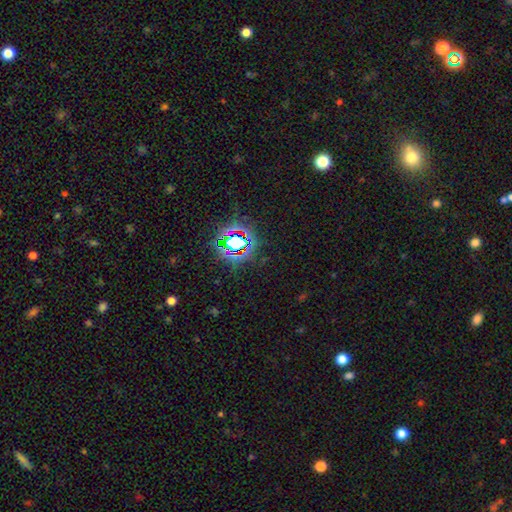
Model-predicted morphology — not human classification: Smooth or featured? Predicted: star or artifact (p=0.78).